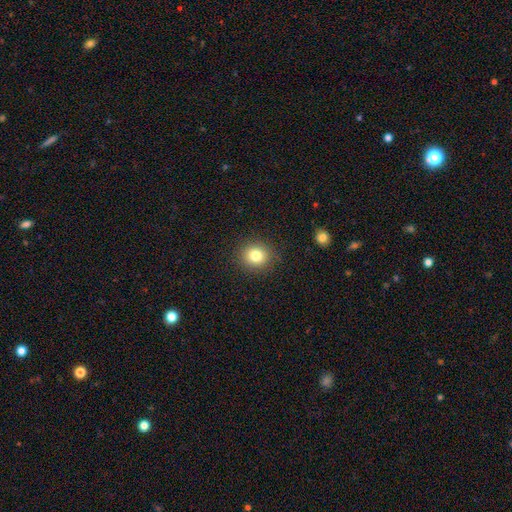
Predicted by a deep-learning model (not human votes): smooth_or_featured: smooth (p=0.80) [alt: star or artifact p=0.12]
how_rounded: round (p=0.84) [alt: in between p=0.16]
merging: none (p=0.89) [alt: minor disturbance p=0.07]